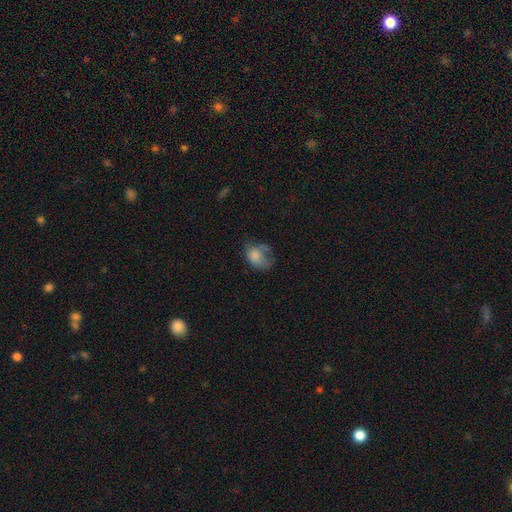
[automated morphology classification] Q: Smooth or featured?
A: smooth (68%); runner-up: featured or disk (22%)
Q: How rounded?
A: in between (70%); runner-up: round (29%)
Q: Merging?
A: major disturbance (39%); runner-up: minor disturbance (27%)